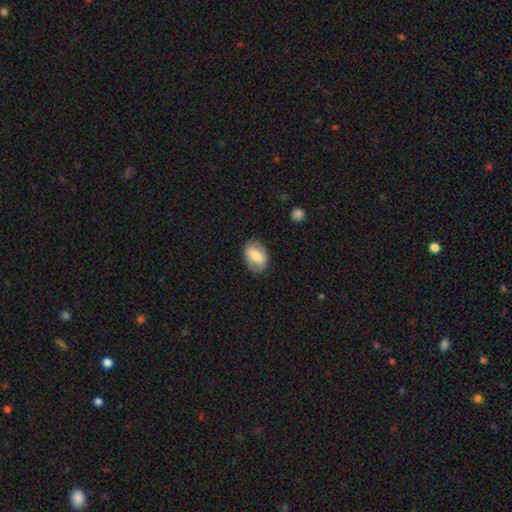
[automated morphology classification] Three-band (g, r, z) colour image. It shows a smooth galaxy with no disk features (69%) that is in between round and cigar-shaped (85%). Merging: none (80%).